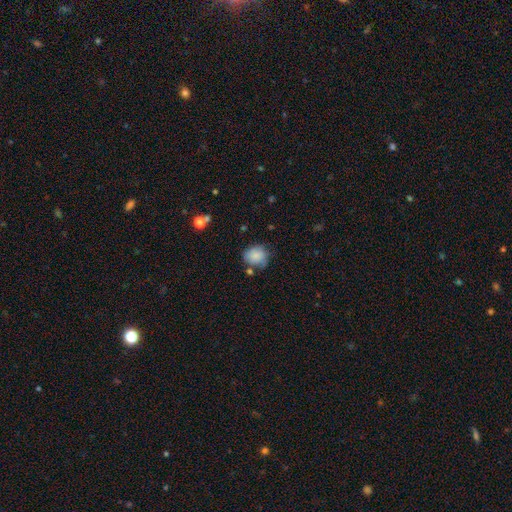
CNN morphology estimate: Smooth or featured: smooth — 82% (featured or disk — 10%)
How rounded: round — 70% (in between — 29%)
Merging: none — 59% (minor disturbance — 26%)